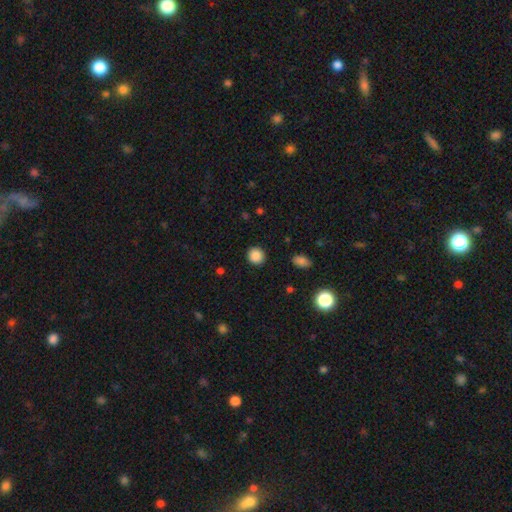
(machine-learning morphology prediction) Overall: smooth (87%). How rounded: round (88%). Merging: none (90%).